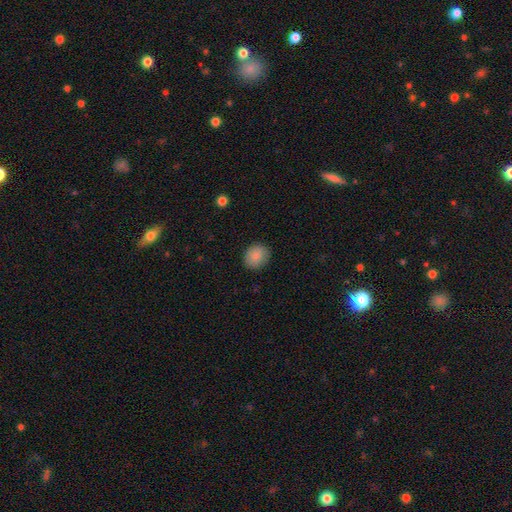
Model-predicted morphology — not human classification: A smooth galaxy with no disk features (88%) that is round (61%). Merging: none (86%).